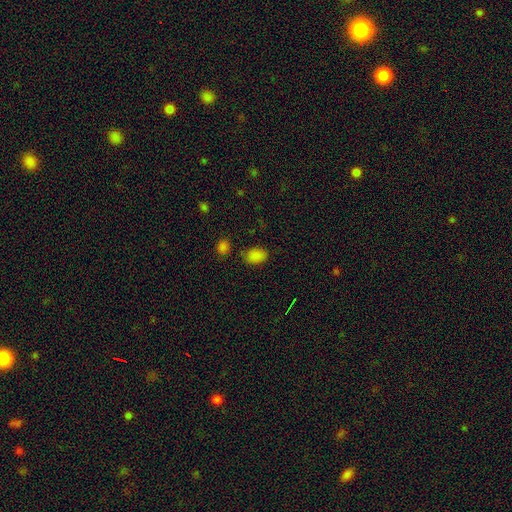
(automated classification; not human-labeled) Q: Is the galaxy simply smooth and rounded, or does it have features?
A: smooth — 80%.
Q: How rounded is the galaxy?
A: in between — 78%.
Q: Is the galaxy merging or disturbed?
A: none — 77%.